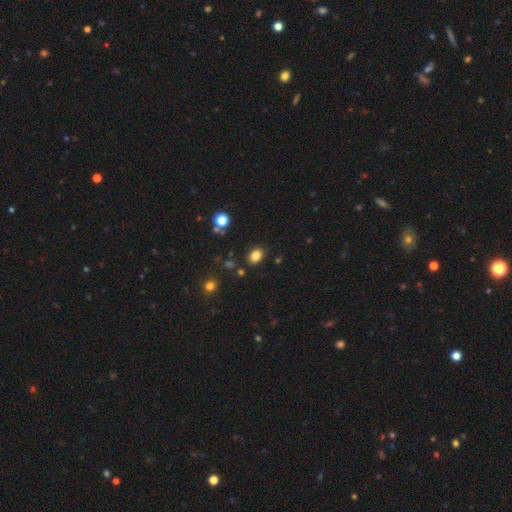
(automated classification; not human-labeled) Smooth or featured: smooth — 83% (star or artifact — 11%)
How rounded: in between — 64% (round — 35%)
Merging: none — 85% (minor disturbance — 9%)